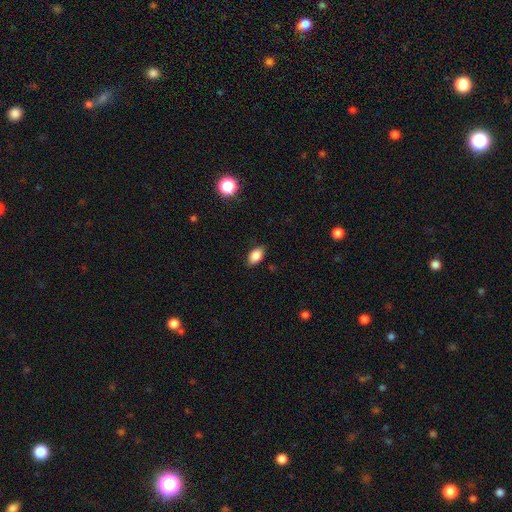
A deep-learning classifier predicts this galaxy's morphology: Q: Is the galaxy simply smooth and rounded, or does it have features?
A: smooth — 86%.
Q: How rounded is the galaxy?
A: in between — 90%.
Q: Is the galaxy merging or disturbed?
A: none — 85%.